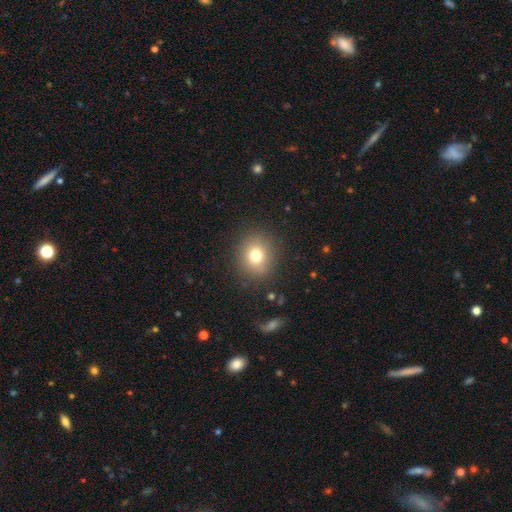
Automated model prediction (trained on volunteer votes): Smooth or featured? Predicted: smooth (p=0.76). How rounded? Predicted: round (p=0.77). Merging? Predicted: none (p=0.87).